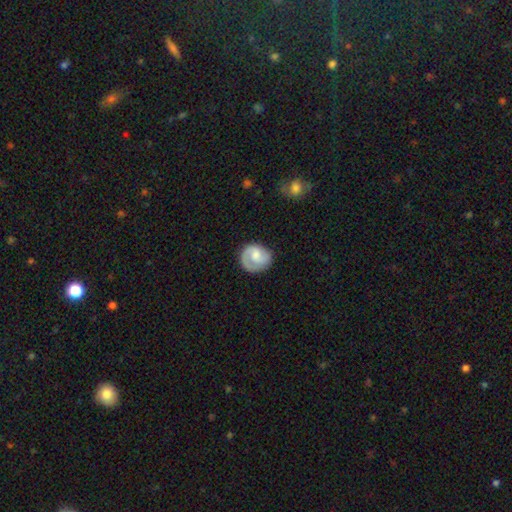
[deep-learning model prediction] A featured or disk galaxy (59%) with no bar (55%), 1 (46%) tight (48%) spiral arms (89%) and a moderate central bulge (43%).

Vote fractions:
- Smooth or featured? featured or disk: 59% / smooth: 35% / star or artifact: 6%
- Edge-on disk? no: 98% / yes: 2%
- Bar? no: 55% / weak: 38% / strong: 6%
- Spiral arms? yes: 89% / no: 11%
- Spiral winding? tight: 48% / medium: 37% / loose: 15%
- Spiral arm count? 1: 46% / 2: 41% / can't tell: 10% / 3: 2% / 4: 1% / more than 4: 1%
- Bulge size? moderate: 43% / small: 26% / none: 15% / large: 14% / dominant: 2%
- Merging? none: 73% / minor disturbance: 18% / major disturbance: 8% / merger: 1%